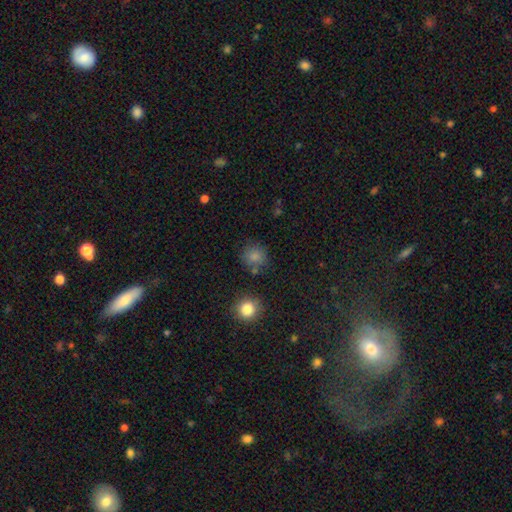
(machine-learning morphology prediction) type=smooth (70%); roundness=round (90%); merging=none (82%).